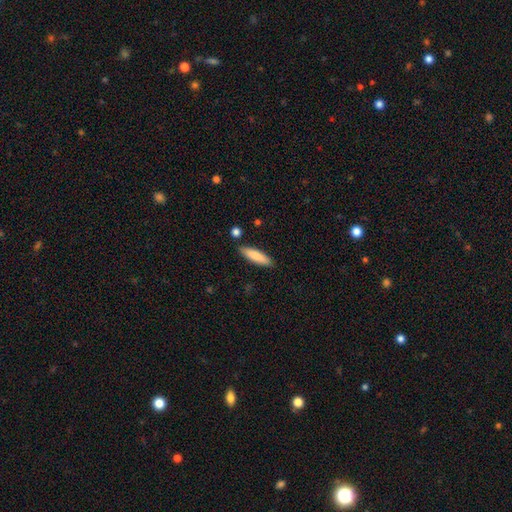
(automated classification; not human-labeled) A smooth galaxy with no disk features (83%) that is cigar-shaped (66%).

Vote fractions:
- Smooth or featured? smooth: 83% / featured or disk: 11% / star or artifact: 6%
- How rounded? cigar-shaped: 66% / in between: 33% / round: 1%
- Merging? none: 86% / minor disturbance: 9% / merger: 3% / major disturbance: 2%